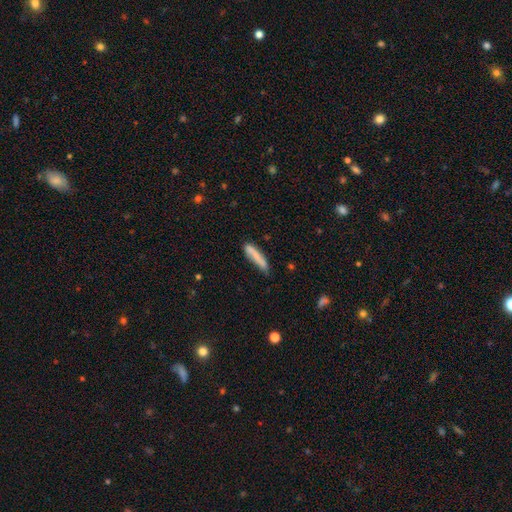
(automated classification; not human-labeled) Smooth or featured? Predicted: smooth (p=0.77). How rounded? Predicted: cigar-shaped (p=0.89). Merging? Predicted: none (p=0.66).